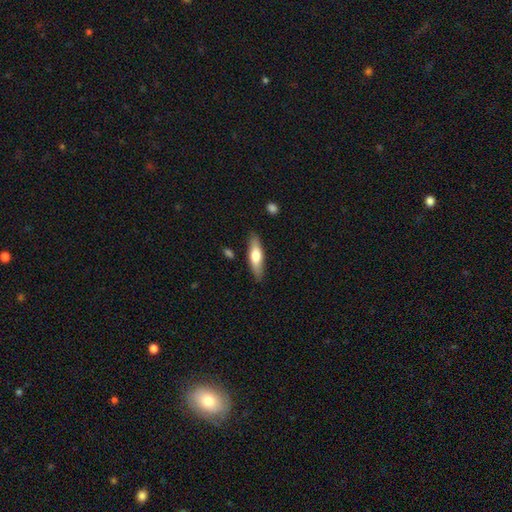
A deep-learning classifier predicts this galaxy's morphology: Smooth or featured?
  - smooth: 61% *
  - featured or disk: 33%
  - star or artifact: 6%
How rounded?
  - cigar-shaped: 58% *
  - in between: 40%
  - round: 2%
Merging?
  - none: 84% *
  - minor disturbance: 12%
  - major disturbance: 2%
  - merger: 2%